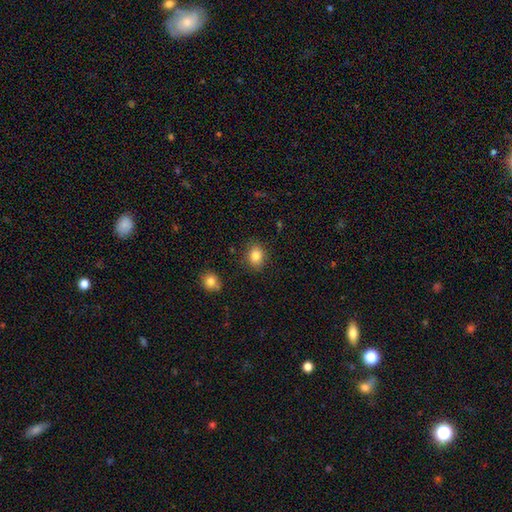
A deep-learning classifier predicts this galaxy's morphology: smooth 84%, star or artifact 10%, featured or disk 6%. Down the decision tree: how rounded — round (50%); merging — none (85%).